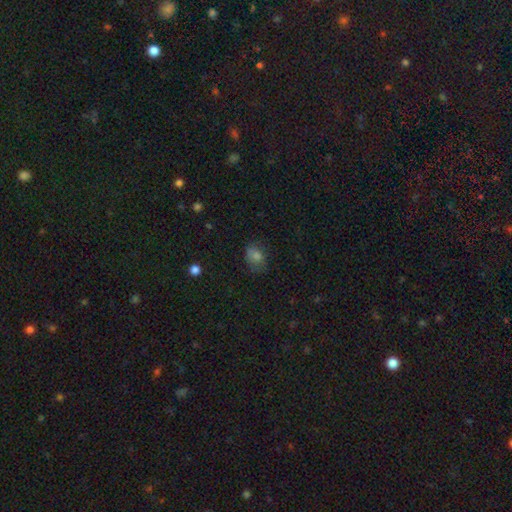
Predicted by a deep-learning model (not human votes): smooth_or_featured: smooth (p=0.72) [alt: star or artifact p=0.16]
how_rounded: in between (p=0.59) [alt: round p=0.40]
merging: none (p=0.64) [alt: minor disturbance p=0.25]